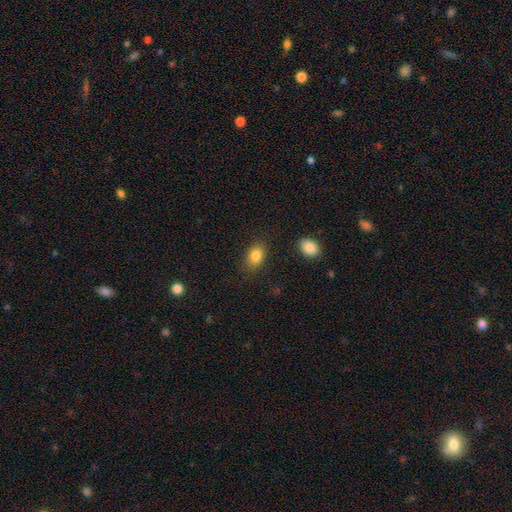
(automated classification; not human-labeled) This is clearly a smooth galaxy (83%). How rounded: clearly in between (83%). Merging: clearly none (81%).